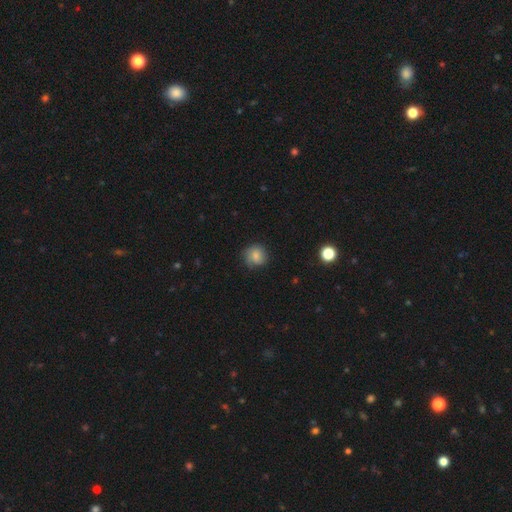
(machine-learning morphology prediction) smooth-or-featured: smooth: 78% | featured or disk: 13% | star or artifact: 10%
  how-rounded: round: 88% | in between: 11% | cigar-shaped: 1%
  merging: none: 75% | minor disturbance: 19% | major disturbance: 4% | merger: 1%